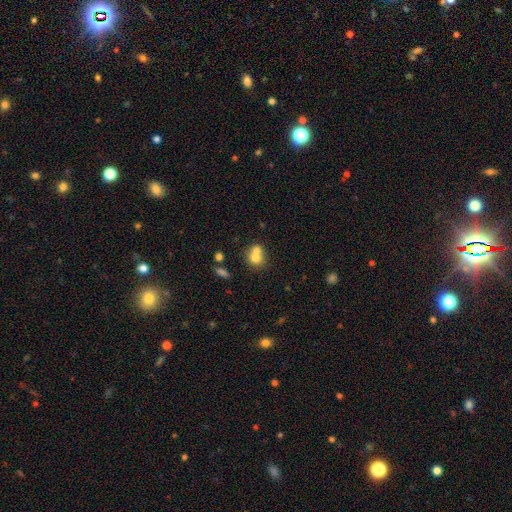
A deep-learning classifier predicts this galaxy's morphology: Q: Smooth or featured?
A: smooth (70%); runner-up: featured or disk (19%)
Q: How rounded?
A: round (75%); runner-up: in between (24%)
Q: Merging?
A: merger (61%); runner-up: none (31%)